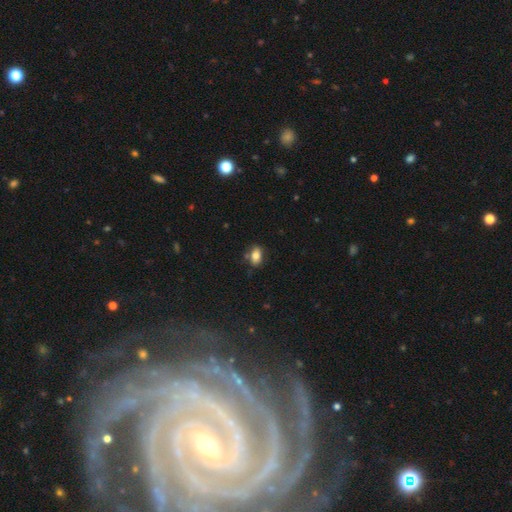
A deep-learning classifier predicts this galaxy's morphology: A smooth galaxy with no disk features (81%) that is in between round and cigar-shaped (85%). Merging: none (74%).